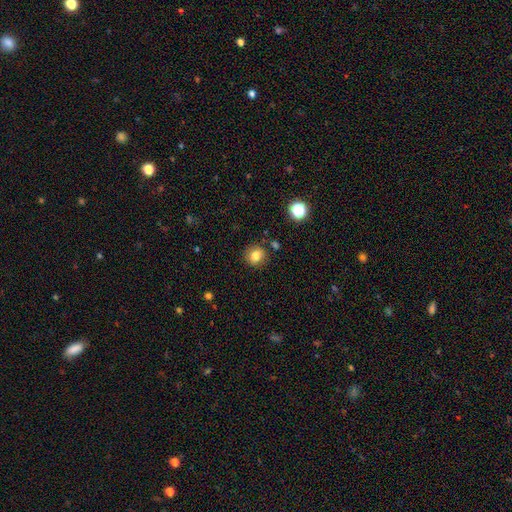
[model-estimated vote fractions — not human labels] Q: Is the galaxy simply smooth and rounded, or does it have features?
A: smooth — 81%.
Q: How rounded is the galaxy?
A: round — 84%.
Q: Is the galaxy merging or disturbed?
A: none — 86%.